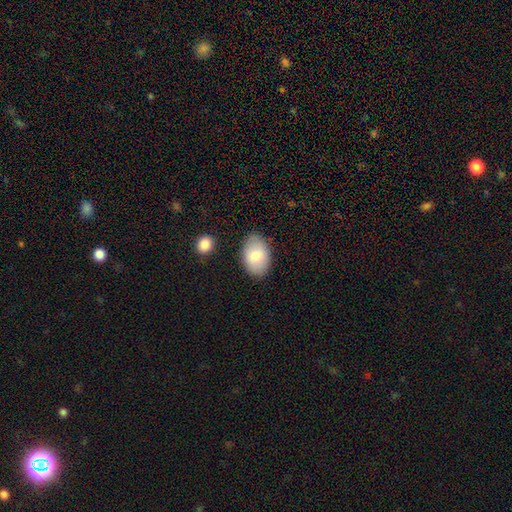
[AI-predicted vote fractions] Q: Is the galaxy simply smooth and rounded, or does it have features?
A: smooth — 81%.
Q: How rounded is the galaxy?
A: in between — 91%.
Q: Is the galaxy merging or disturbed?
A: none — 83%.